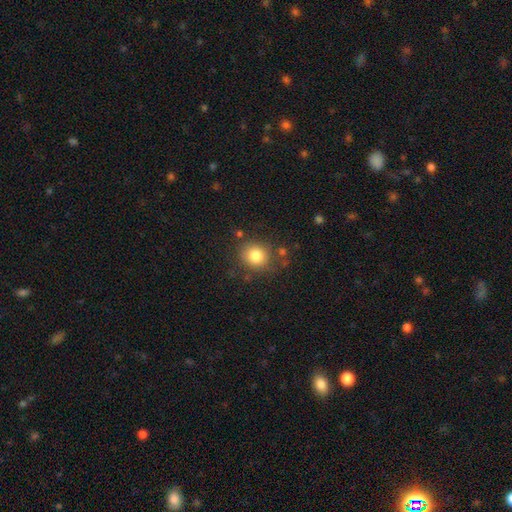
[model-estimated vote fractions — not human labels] smooth_or_featured: smooth (p=0.81) [alt: star or artifact p=0.11]
how_rounded: round (p=0.81) [alt: in between p=0.18]
merging: none (p=0.78) [alt: minor disturbance p=0.13]